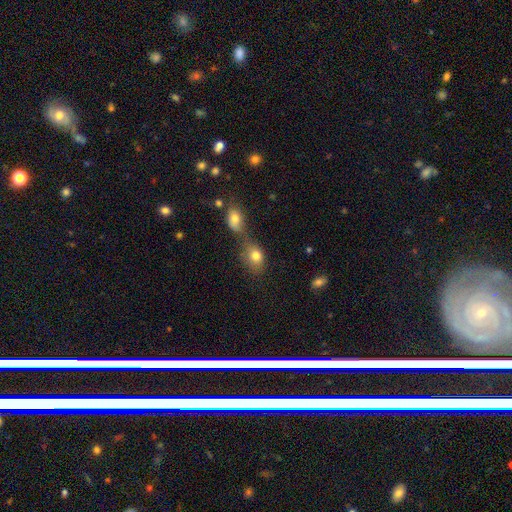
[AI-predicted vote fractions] Smooth or featured? smooth (79%)
How rounded? in between (66%)
Merging? merger (45%)